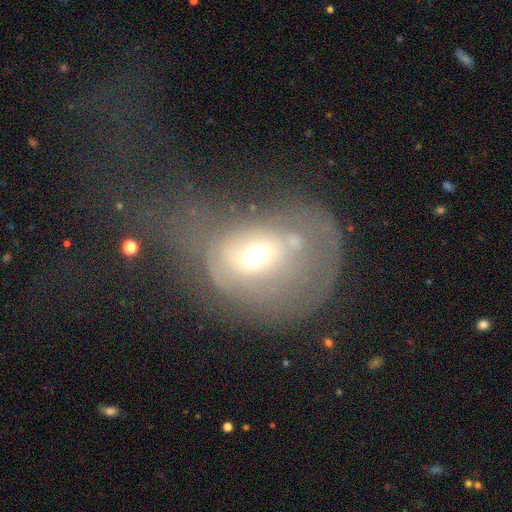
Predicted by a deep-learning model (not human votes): smooth-or-featured: featured or disk: 44% | smooth: 42% | star or artifact: 13%
  merging: major disturbance: 56% | minor disturbance: 16% | none: 16% | merger: 13%